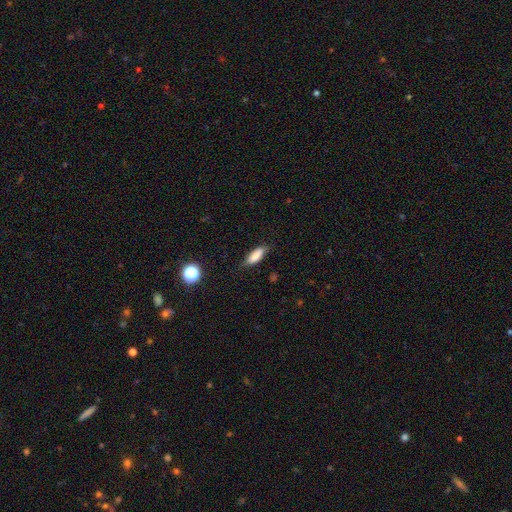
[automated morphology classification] This is clearly a smooth galaxy (82%). How rounded: likely in between (64%). Merging: likely none (73%).